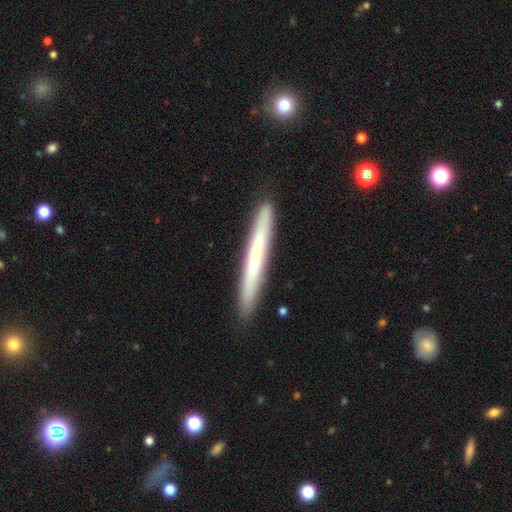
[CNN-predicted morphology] type=smooth (56%); roundness=cigar-shaped (97%); merging=none (90%).